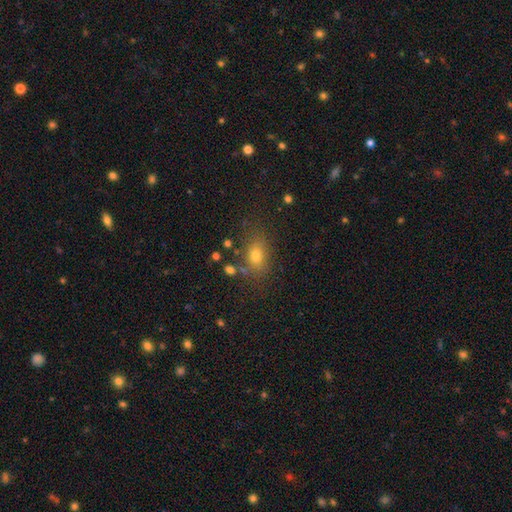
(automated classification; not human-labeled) Smooth or featured?
  - smooth: 72% *
  - star or artifact: 16%
  - featured or disk: 12%
How rounded?
  - in between: 75% *
  - round: 22%
  - cigar-shaped: 3%
Merging?
  - none: 74% *
  - minor disturbance: 14%
  - merger: 6%
  - major disturbance: 5%